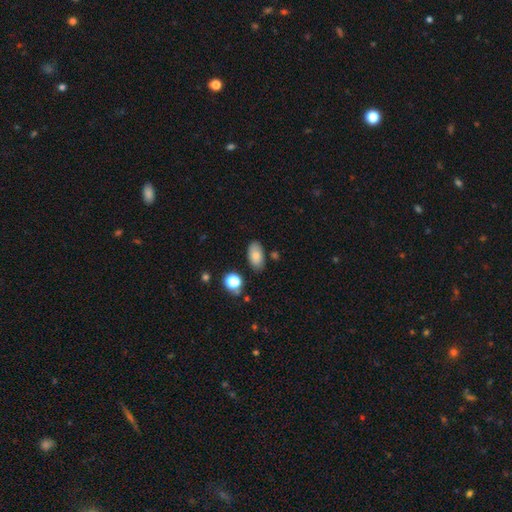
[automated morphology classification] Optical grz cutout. It shows a smooth galaxy with no disk features (79%) that is in between round and cigar-shaped (92%). Merging: none (80%).